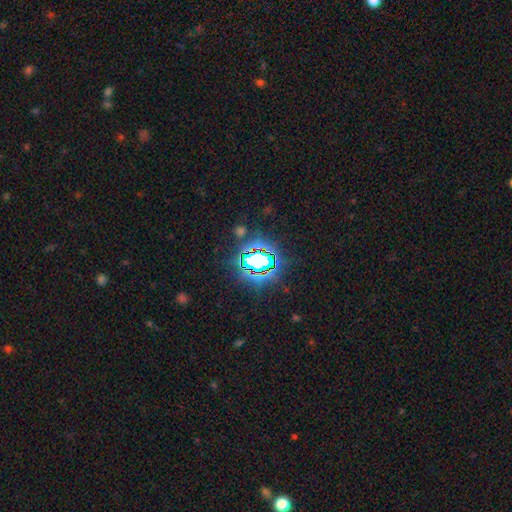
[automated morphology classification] Smooth or featured?
  - star or artifact: 71% *
  - smooth: 18%
  - featured or disk: 11%